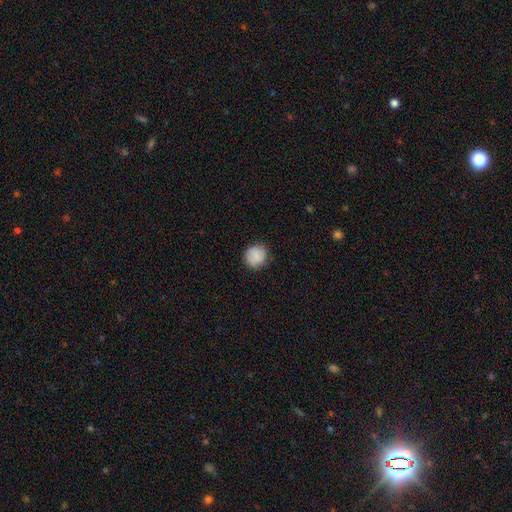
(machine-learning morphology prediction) Smooth or featured?
  - smooth: 86% *
  - star or artifact: 7%
  - featured or disk: 7%
How rounded?
  - round: 90% *
  - in between: 9%
  - cigar-shaped: 1%
Merging?
  - none: 86% *
  - minor disturbance: 11%
  - major disturbance: 3%
  - merger: 1%